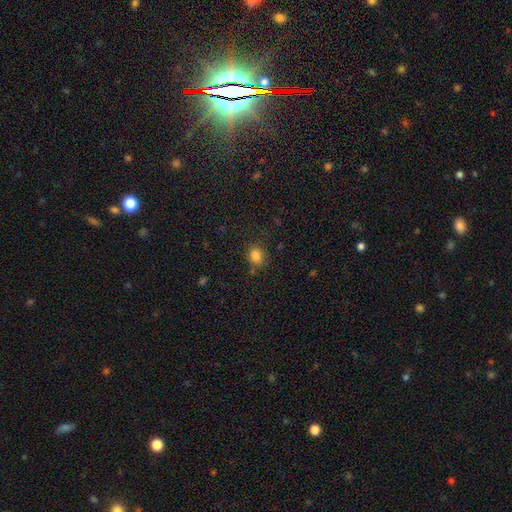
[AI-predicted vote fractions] smooth 82%, star or artifact 12%, featured or disk 6%. Down the decision tree: how rounded — round (59%); merging — none (76%).